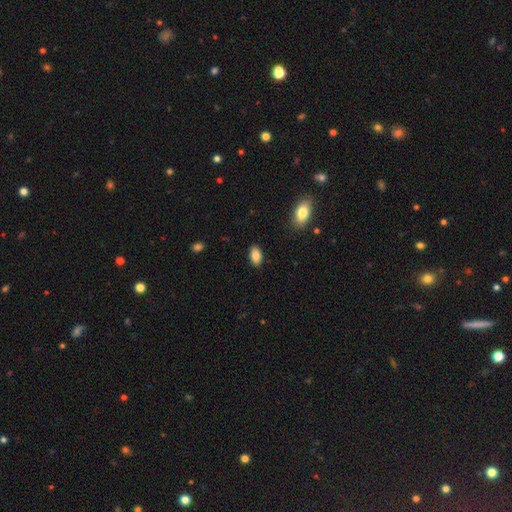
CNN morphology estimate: Q: Smooth or featured?
A: smooth (84%); runner-up: featured or disk (8%)
Q: How rounded?
A: in between (93%); runner-up: round (5%)
Q: Merging?
A: none (88%); runner-up: minor disturbance (9%)